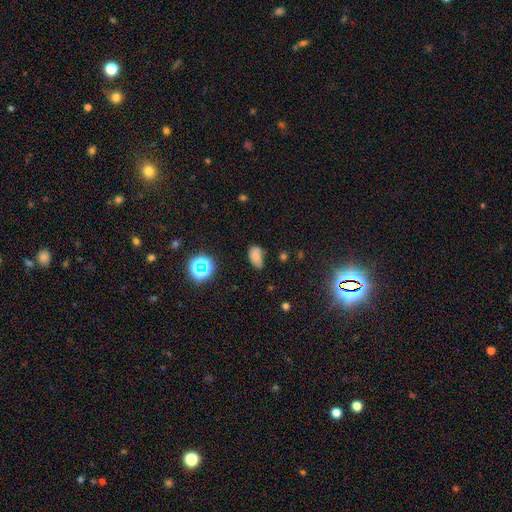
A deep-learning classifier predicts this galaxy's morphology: Smooth or featured: smooth — 72% (star or artifact — 18%)
How rounded: in between — 89% (round — 9%)
Merging: none — 53% (minor disturbance — 32%)